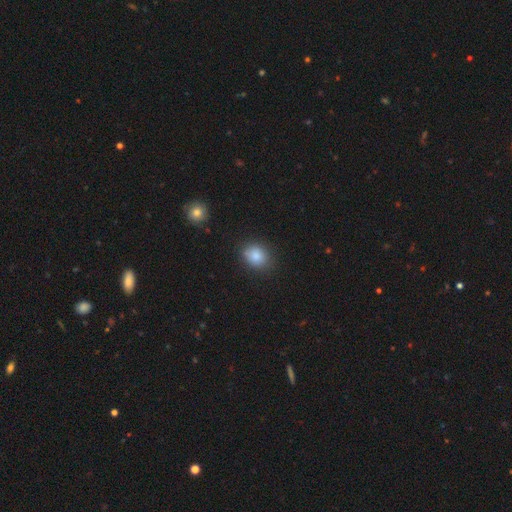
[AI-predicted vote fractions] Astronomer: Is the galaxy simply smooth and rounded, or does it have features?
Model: smooth — 85%.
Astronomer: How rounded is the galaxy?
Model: in between — 50% (runner-up: round, 49%).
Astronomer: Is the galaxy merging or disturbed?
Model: none — 79%.